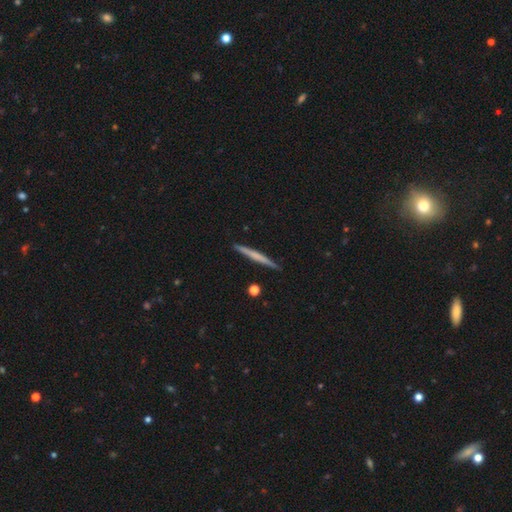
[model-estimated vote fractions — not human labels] Overall: smooth (49%; featured or disk 45%). Merging: none (91%).